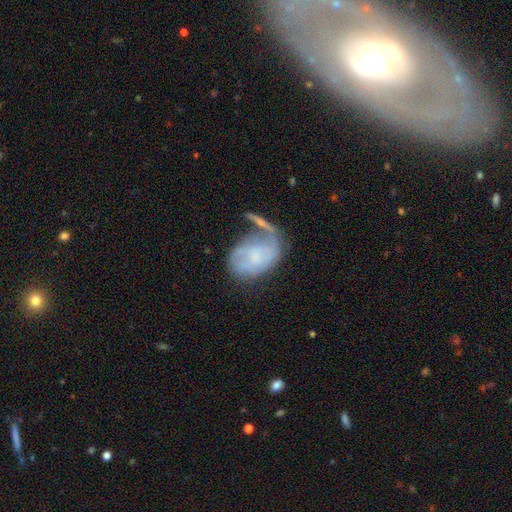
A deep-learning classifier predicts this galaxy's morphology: A featured or disk galaxy (54%) with no bar (69%), spiral arms (62%) and a small central bulge (42%).

Vote fractions:
- Smooth or featured? featured or disk: 54% / smooth: 37% / star or artifact: 9%
- Edge-on disk? no: 96% / yes: 4%
- Bar? no: 69% / weak: 25% / strong: 6%
- Spiral arms? yes: 62% / no: 38%
- Bulge size? small: 42% / none: 35% / moderate: 17% / large: 4% / dominant: 2%
- Merging? major disturbance: 31% / none: 27% / minor disturbance: 21% / merger: 21%